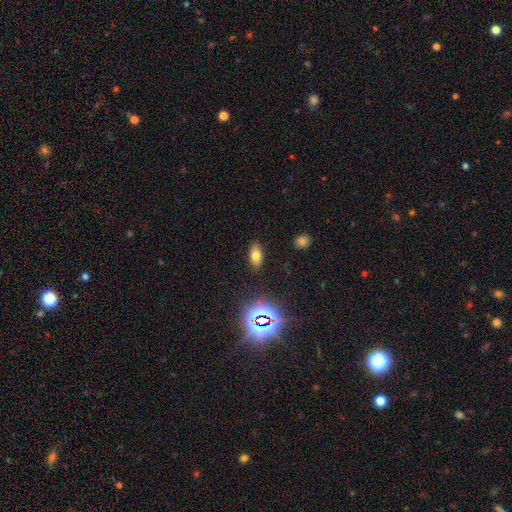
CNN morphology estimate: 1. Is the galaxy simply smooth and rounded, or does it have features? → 68% smooth, 18% star or artifact, 14% featured or disk.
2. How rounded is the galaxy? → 86% in between, 7% cigar-shaped, 6% round.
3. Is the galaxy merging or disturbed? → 87% none, 9% minor disturbance, 3% major disturbance, 1% merger.